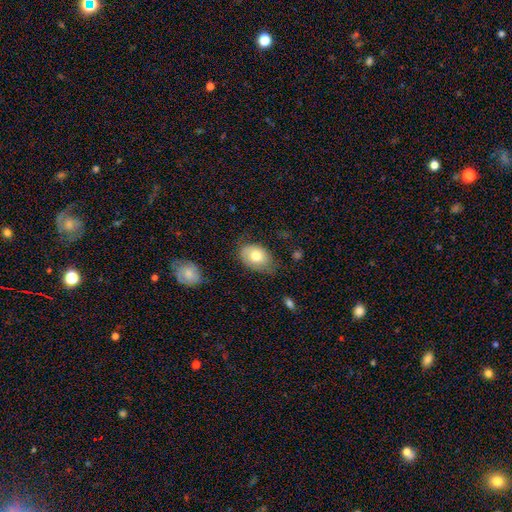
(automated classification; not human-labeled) smooth-or-featured: smooth: 74% | featured or disk: 18% | star or artifact: 7%
  how-rounded: in between: 81% | round: 18% | cigar-shaped: 1%
  merging: none: 56% | minor disturbance: 33% | major disturbance: 9% | merger: 2%